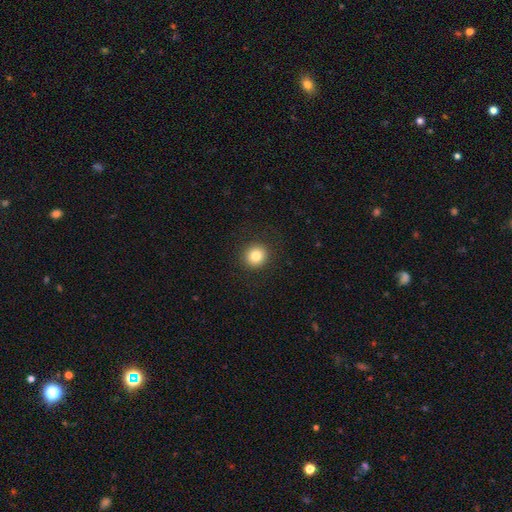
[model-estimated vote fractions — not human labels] Smooth or featured? smooth (81%)
How rounded? round (92%)
Merging? none (91%)